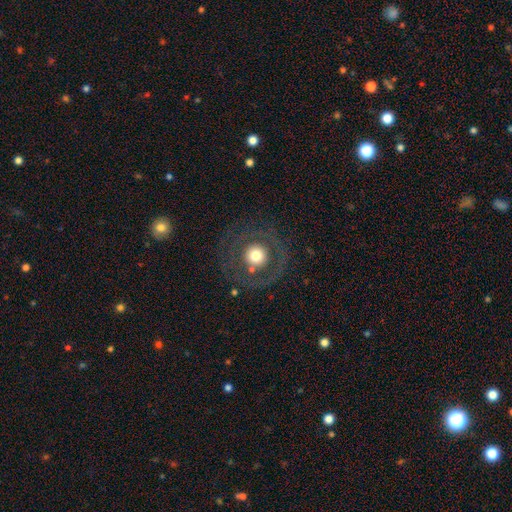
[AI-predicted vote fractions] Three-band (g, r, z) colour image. It shows a smooth galaxy with no disk features (54%) that is round (95%). Merging: none (78%).